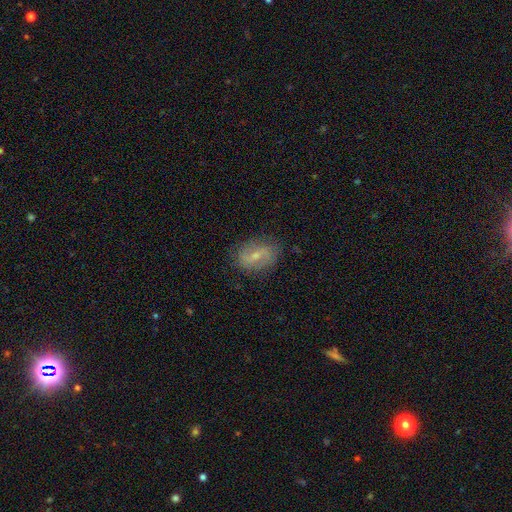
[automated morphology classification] featured or disk 63%, smooth 29%, star or artifact 8%. Down the decision tree: edge-on disk — no (95%); bar — weak (51%); spiral arms — yes (80%); bulge size — small (56%); merging — none (80%).